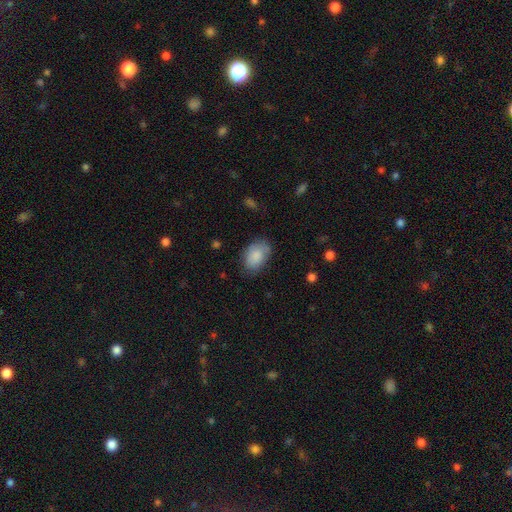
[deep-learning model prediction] Smooth or featured: smooth — 85% (featured or disk — 8%)
How rounded: in between — 85% (round — 14%)
Merging: none — 69% (minor disturbance — 23%)